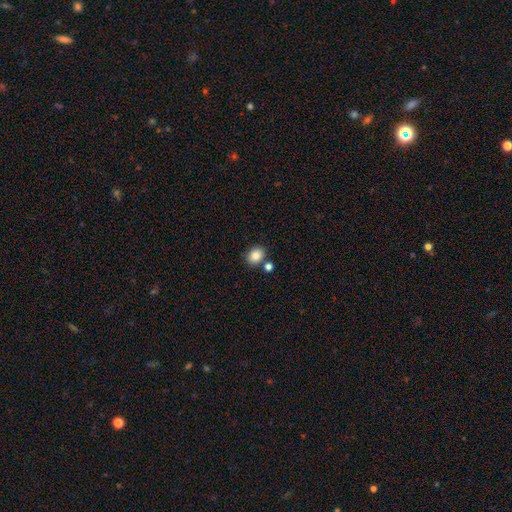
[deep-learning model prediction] Overall: smooth (84%). How rounded: round (61%; in between 38%). Merging: none (76%).